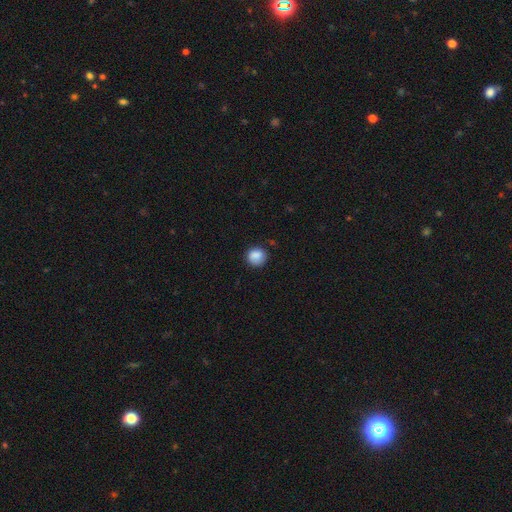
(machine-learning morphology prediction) A smooth galaxy with no disk features (85%) that is round (85%). Merging: none (77%).